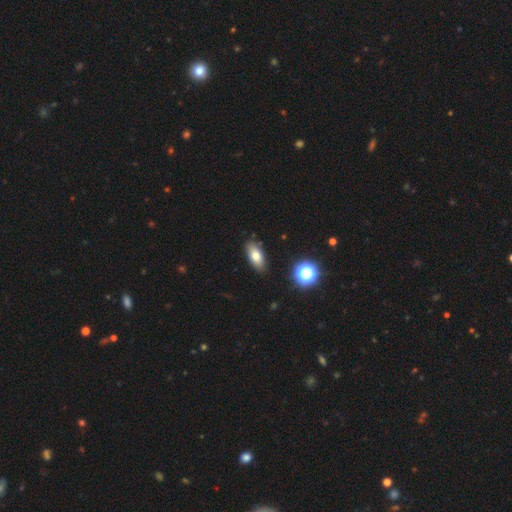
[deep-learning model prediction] Q: Smooth or featured?
A: smooth (76%); runner-up: featured or disk (14%)
Q: How rounded?
A: in between (83%); runner-up: cigar-shaped (12%)
Q: Merging?
A: none (86%); runner-up: minor disturbance (10%)